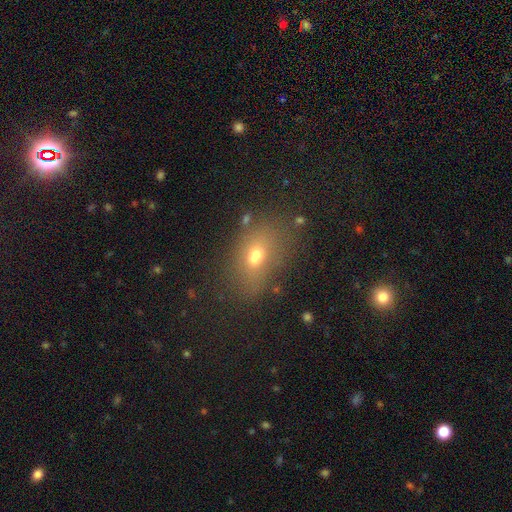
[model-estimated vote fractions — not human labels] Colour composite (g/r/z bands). It shows a smooth galaxy with no disk features (63%) that is in between round and cigar-shaped (75%). Merging: none (60%).